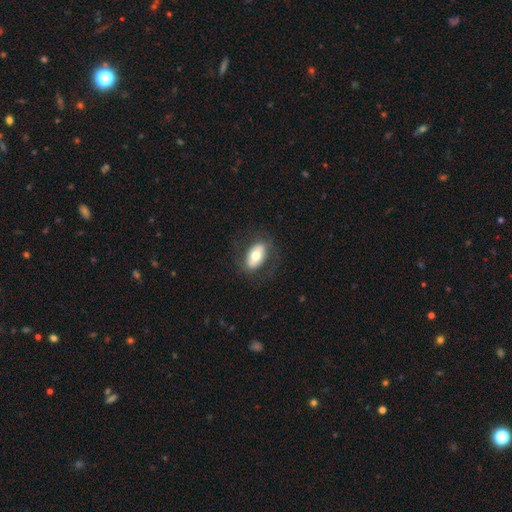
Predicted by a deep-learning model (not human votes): This is likely a smooth galaxy (62%). How rounded: clearly in between (91%). Merging: likely none (78%).